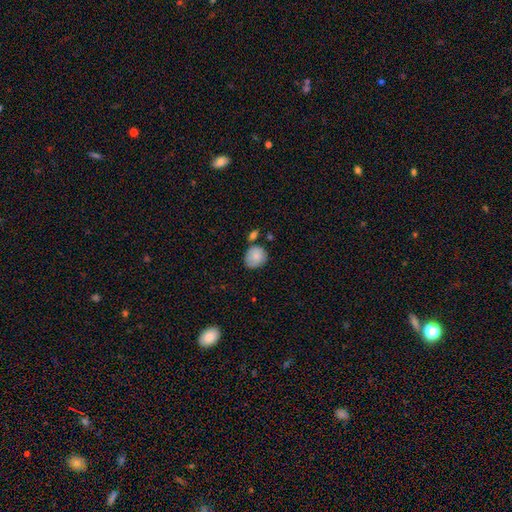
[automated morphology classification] Smooth or featured? Predicted: smooth (p=0.83). How rounded? Predicted: round (p=0.76). Merging? Predicted: none (p=0.65).